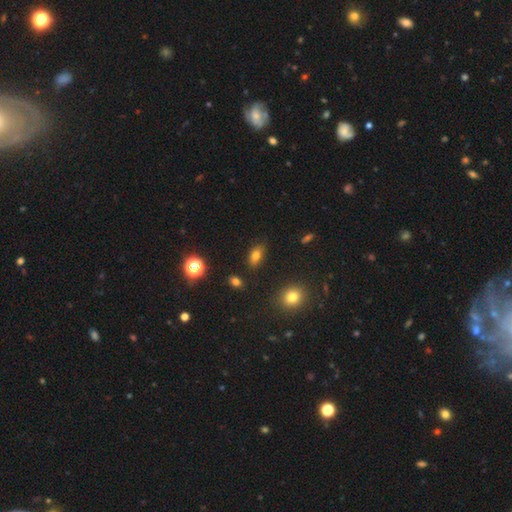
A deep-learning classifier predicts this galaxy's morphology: This is likely a smooth galaxy (78%). How rounded: clearly in between (85%). Merging: clearly none (81%).